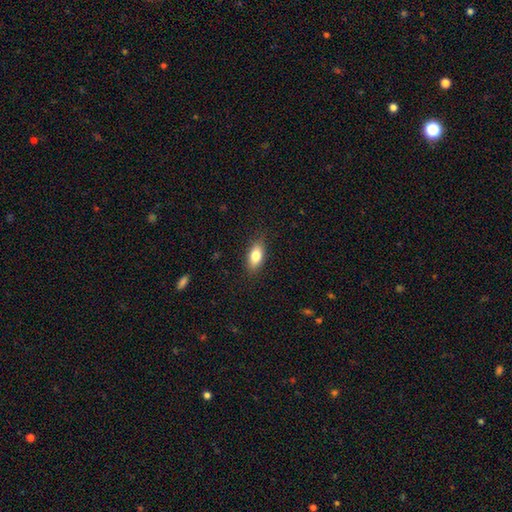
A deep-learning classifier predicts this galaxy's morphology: Smooth or featured: smooth — 81% (featured or disk — 12%)
How rounded: in between — 86% (cigar-shaped — 9%)
Merging: none — 86% (minor disturbance — 11%)